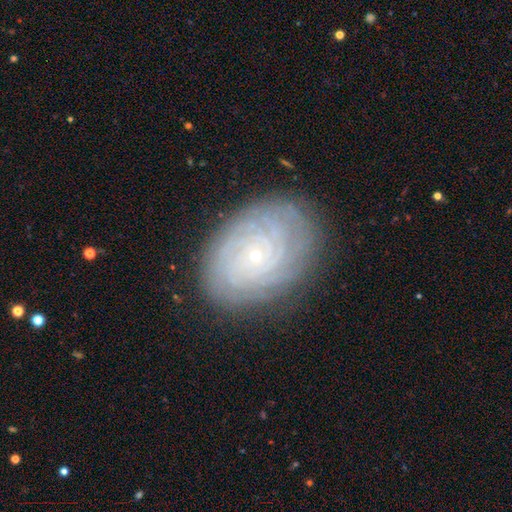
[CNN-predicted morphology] Smooth or featured? Predicted: featured or disk (p=0.82). Edge-on disk? Predicted: no (p=0.97). Bar? Predicted: no (p=0.84). Spiral arms? Predicted: yes (p=0.96). Spiral winding? Predicted: tight (p=0.86). Spiral arm count? Predicted: can't tell (p=0.32). Bulge size? Predicted: small (p=0.87). Merging? Predicted: none (p=0.82).